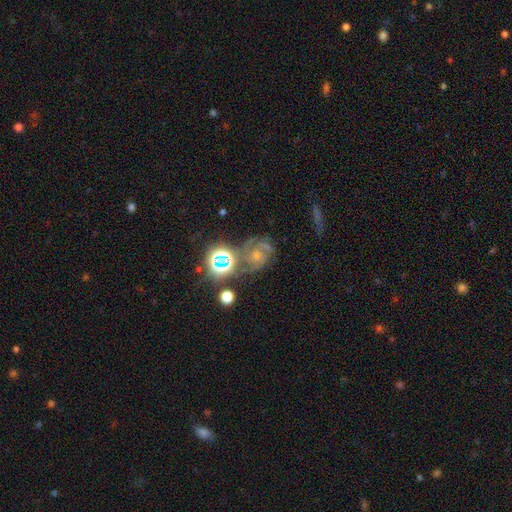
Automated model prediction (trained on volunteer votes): A featured or disk galaxy (58%) with no bar (71%), 3 (35%) tight (44%, tied with medium) spiral arms (90%) and a small central bulge (42%).

Vote fractions:
- Smooth or featured? featured or disk: 58% / star or artifact: 24% / smooth: 18%
- Edge-on disk? no: 97% / yes: 3%
- Bar? no: 71% / weak: 22% / strong: 7%
- Spiral arms? yes: 90% / no: 10%
- Spiral winding? tight: 44% (tied) / medium: 44% (tied) / loose: 12%
- Spiral arm count? 3: 35% / 2: 31% / can't tell: 18% / 4: 6% / 1: 6% / more than 4: 4%
- Bulge size? small: 42% / moderate: 38% / none: 11% / large: 6% / dominant: 2%
- Merging? none: 52% / minor disturbance: 19% / major disturbance: 15% / merger: 14%